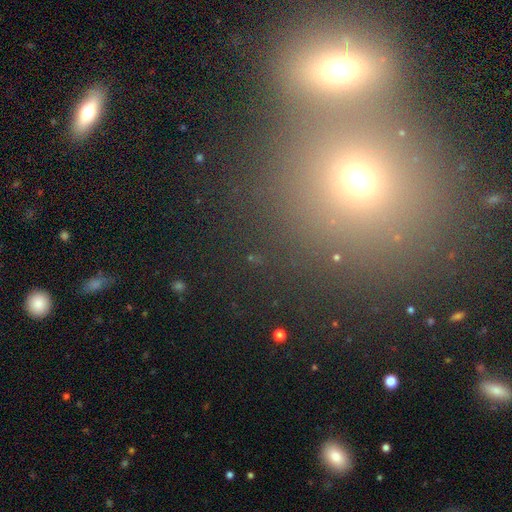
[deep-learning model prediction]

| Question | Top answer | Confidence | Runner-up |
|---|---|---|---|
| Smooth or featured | star or artifact | 45% | smooth (42%) |